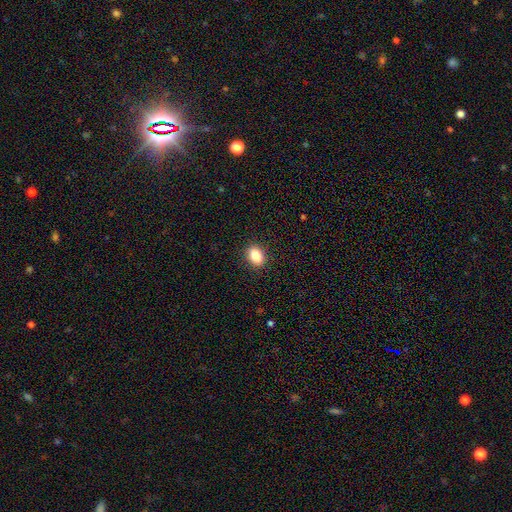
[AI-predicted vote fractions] Smooth or featured? smooth (87%)
How rounded? in between (76%)
Merging? none (90%)